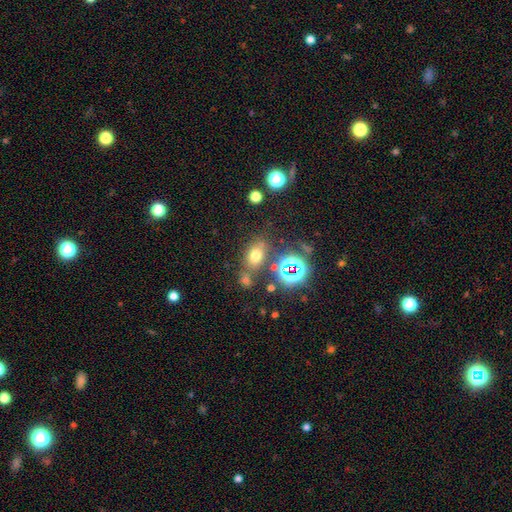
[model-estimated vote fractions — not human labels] This is likely a smooth galaxy (62%). How rounded: likely in between (69%). Merging: likely none (67%).